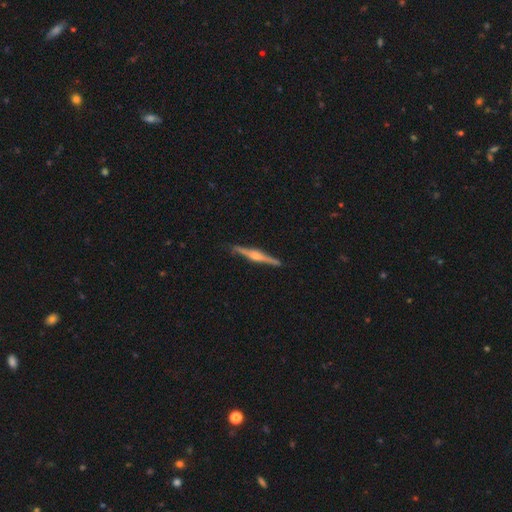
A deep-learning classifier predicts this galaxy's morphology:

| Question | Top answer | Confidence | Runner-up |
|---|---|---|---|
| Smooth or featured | featured or disk | 81% | smooth (14%) |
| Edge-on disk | yes | 98% | no (2%) |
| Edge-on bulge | rounded | 82% | boxy (12%) |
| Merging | none | 89% | minor disturbance (8%) |